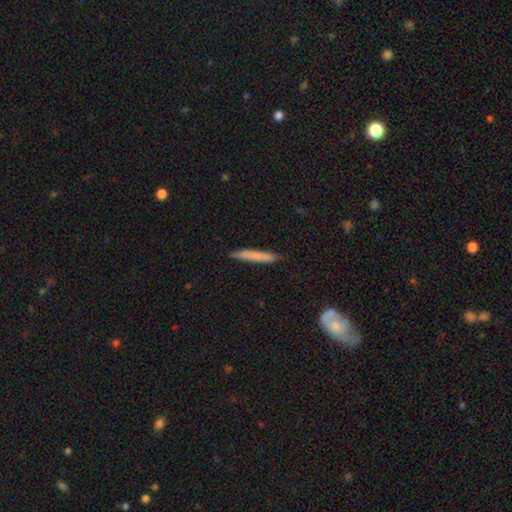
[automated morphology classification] Overall: smooth (74%). How rounded: cigar-shaped (95%). Merging: none (88%).